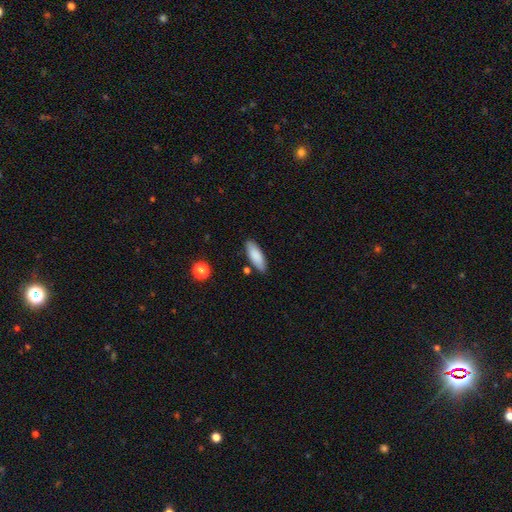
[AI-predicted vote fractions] A smooth galaxy with no disk features (85%) that is in between round and cigar-shaped (64%).

Vote fractions:
- Smooth or featured? smooth: 85% / featured or disk: 8% / star or artifact: 6%
- How rounded? in between: 64% / cigar-shaped: 35% / round: 2%
- Merging? none: 84% / minor disturbance: 11% / merger: 3% / major disturbance: 2%